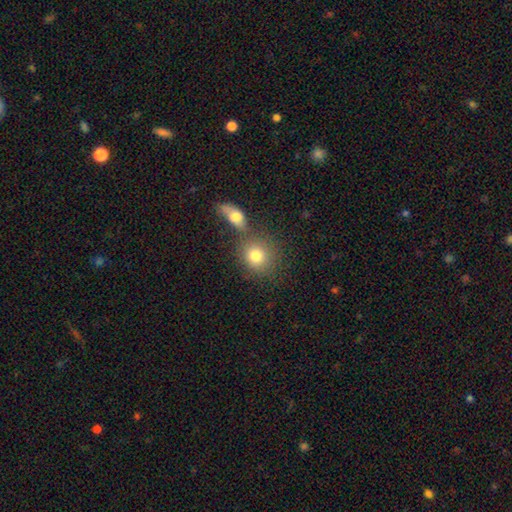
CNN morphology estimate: Q: Smooth or featured?
A: smooth (80%); runner-up: featured or disk (10%)
Q: How rounded?
A: round (77%); runner-up: in between (21%)
Q: Merging?
A: none (57%); runner-up: merger (28%)